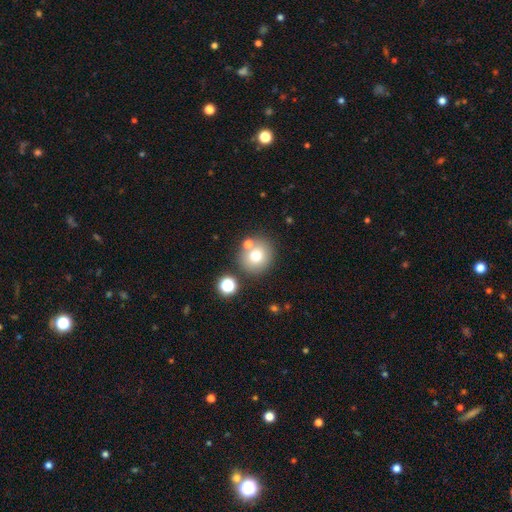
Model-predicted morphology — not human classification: Smooth or featured? smooth (72%)
How rounded? round (86%)
Merging? none (73%)